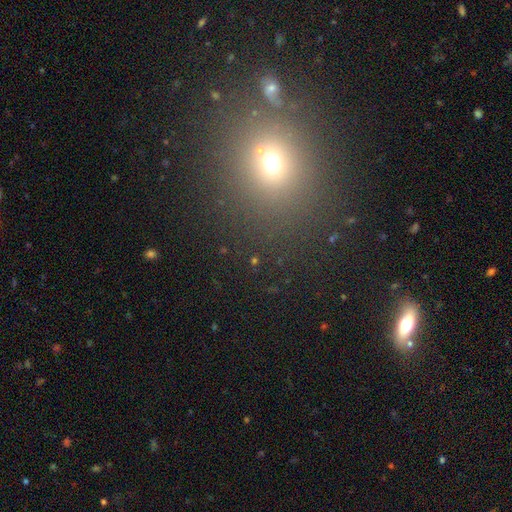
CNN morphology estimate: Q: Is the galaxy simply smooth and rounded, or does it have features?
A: star or artifact — 46%.